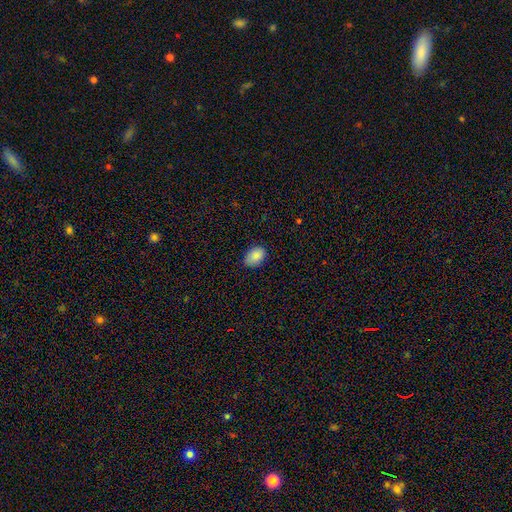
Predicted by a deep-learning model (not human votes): Smooth or featured?
  - smooth: 88% *
  - star or artifact: 7%
  - featured or disk: 4%
How rounded?
  - in between: 84% *
  - round: 15%
  - cigar-shaped: 1%
Merging?
  - none: 78% *
  - minor disturbance: 18%
  - major disturbance: 3%
  - merger: 1%